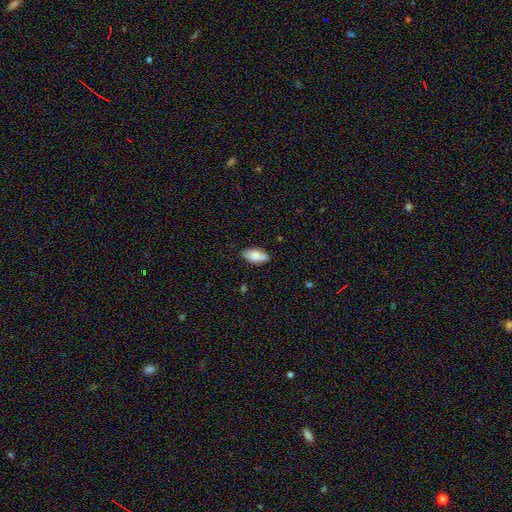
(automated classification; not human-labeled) A smooth galaxy with no disk features (84%) that is in between round and cigar-shaped (92%). Merging: none (80%).